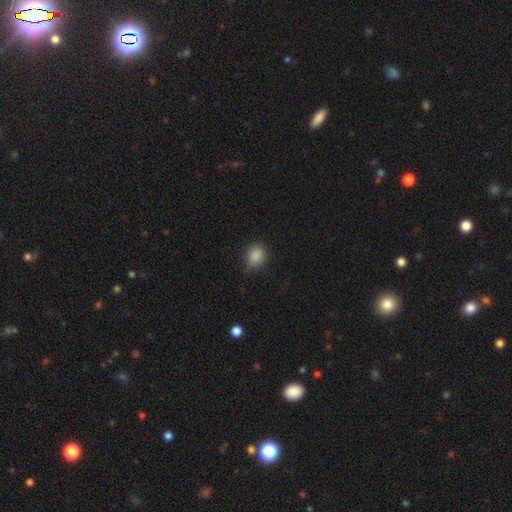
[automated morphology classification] This appears to be a smooth galaxy with no disk features (87%) that is round (50%). Merging: none (73%).